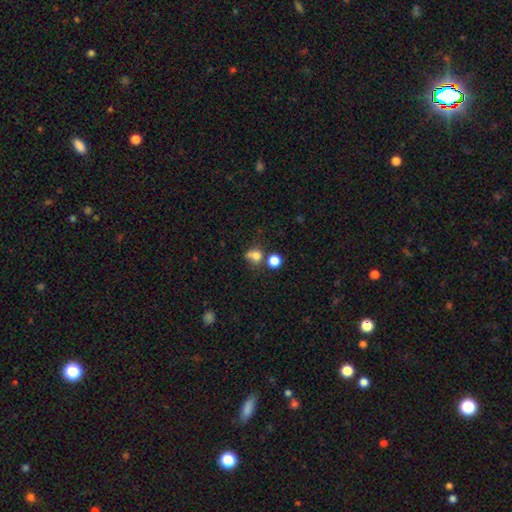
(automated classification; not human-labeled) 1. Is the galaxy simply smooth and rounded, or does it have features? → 75% smooth, 15% star or artifact, 10% featured or disk.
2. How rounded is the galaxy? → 74% round, 25% in between, 1% cigar-shaped.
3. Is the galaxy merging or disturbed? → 44% none, 33% merger, 15% minor disturbance, 9% major disturbance.